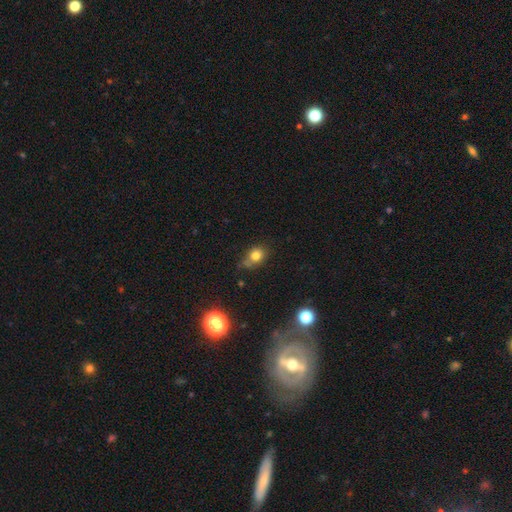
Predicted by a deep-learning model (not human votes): Smooth or featured?
  - smooth: 77% *
  - star or artifact: 13%
  - featured or disk: 9%
How rounded?
  - round: 52% *
  - in between: 46%
  - cigar-shaped: 2%
Merging?
  - none: 58% *
  - minor disturbance: 27%
  - major disturbance: 7%
  - merger: 7%